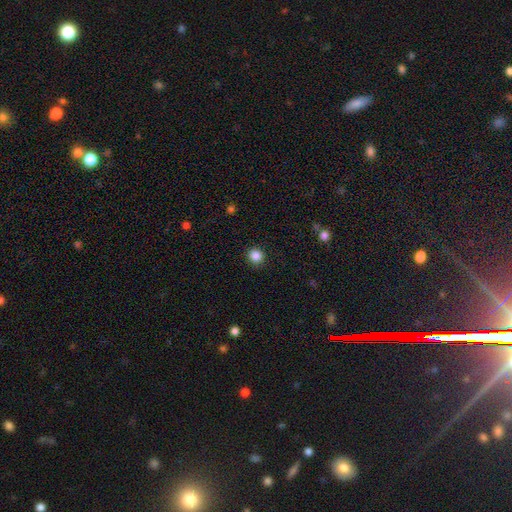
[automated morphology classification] Overall: smooth (86%). How rounded: round (92%). Merging: none (92%).